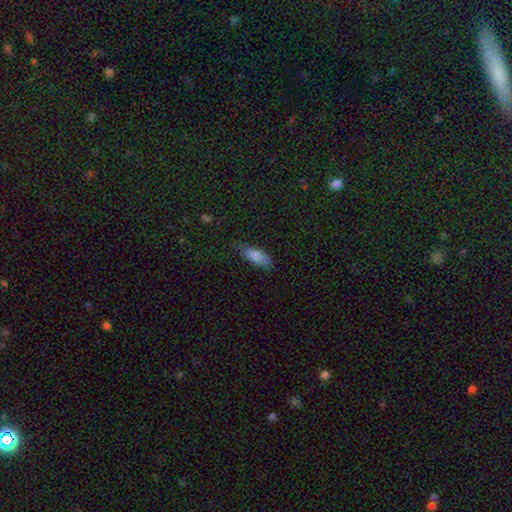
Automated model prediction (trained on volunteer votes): A smooth galaxy with no disk features (83%) that is in between round and cigar-shaped (81%).

Vote fractions:
- Smooth or featured? smooth: 83% / featured or disk: 10% / star or artifact: 7%
- How rounded? in between: 81% / cigar-shaped: 16% / round: 2%
- Merging? none: 66% / minor disturbance: 26% / major disturbance: 6% / merger: 1%